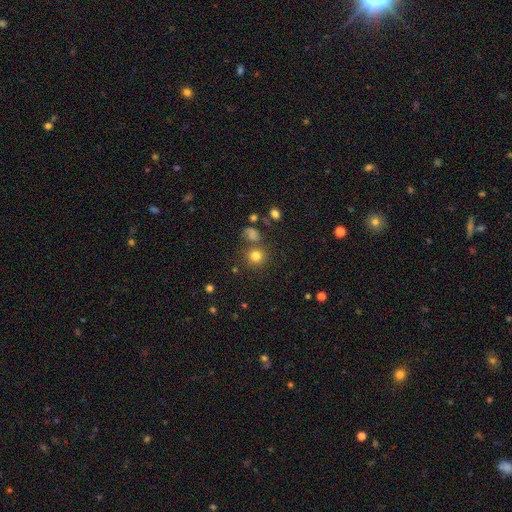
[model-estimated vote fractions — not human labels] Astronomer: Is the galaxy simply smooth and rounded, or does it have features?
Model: smooth — 79%.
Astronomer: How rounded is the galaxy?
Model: round — 89%.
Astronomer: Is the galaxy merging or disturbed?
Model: none — 73%.